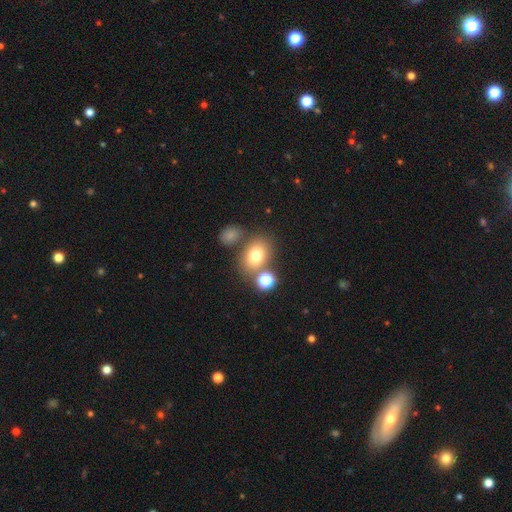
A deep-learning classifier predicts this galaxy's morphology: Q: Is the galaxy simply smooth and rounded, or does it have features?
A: smooth — 75%.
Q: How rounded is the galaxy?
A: in between — 66%.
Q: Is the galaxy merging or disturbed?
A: none — 64%.